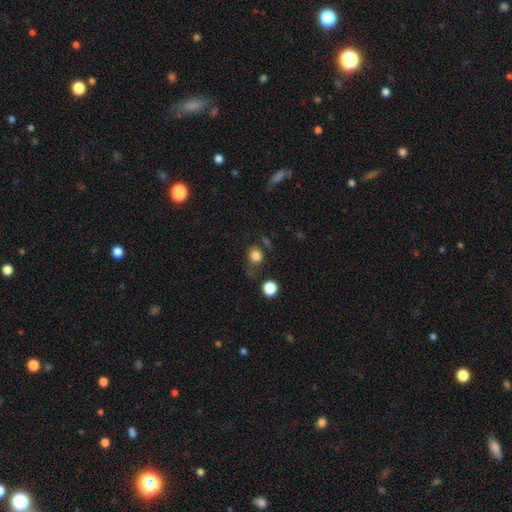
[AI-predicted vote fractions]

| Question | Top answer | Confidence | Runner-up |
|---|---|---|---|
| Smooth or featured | smooth | 82% | star or artifact (12%) |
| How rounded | round | 70% | in between (28%) |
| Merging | none | 61% | minor disturbance (21%) |